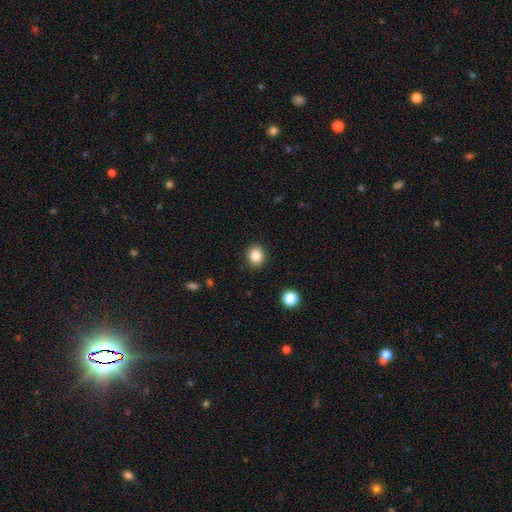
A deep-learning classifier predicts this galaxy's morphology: Smooth or featured? Predicted: smooth (p=0.85). How rounded? Predicted: round (p=0.73). Merging? Predicted: none (p=0.90).